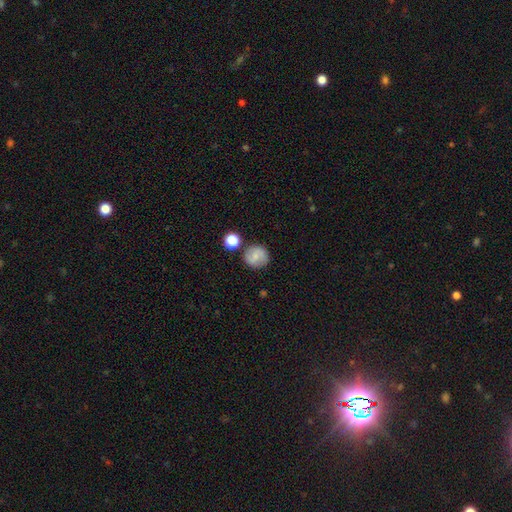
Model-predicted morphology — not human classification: Smooth or featured?
  - smooth: 65% *
  - featured or disk: 25%
  - star or artifact: 10%
How rounded?
  - round: 89% *
  - in between: 10%
  - cigar-shaped: 1%
Merging?
  - none: 79% *
  - minor disturbance: 11%
  - merger: 6%
  - major disturbance: 3%